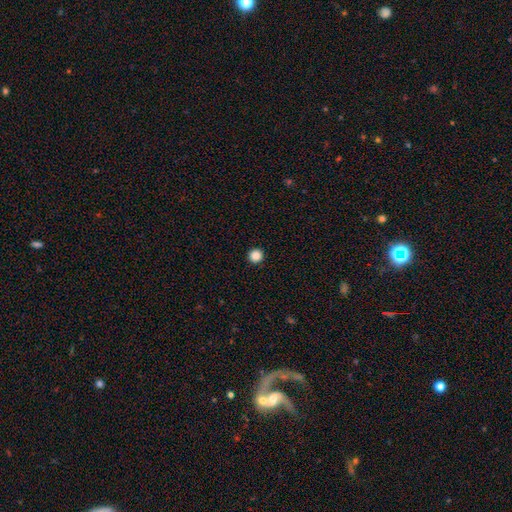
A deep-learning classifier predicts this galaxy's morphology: smooth_or_featured: smooth (p=0.87) [alt: star or artifact p=0.10]
how_rounded: round (p=0.96) [alt: in between p=0.03]
merging: none (p=0.94) [alt: minor disturbance p=0.04]